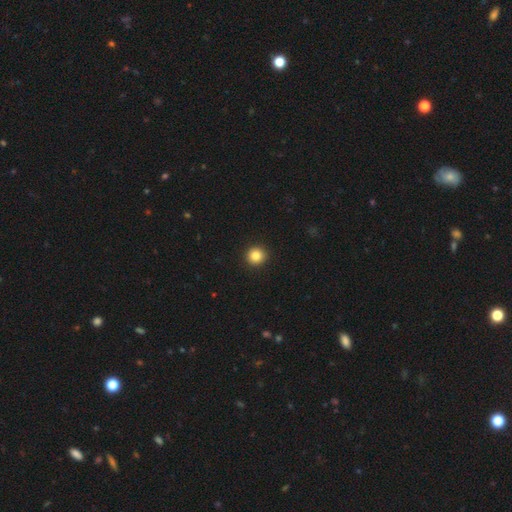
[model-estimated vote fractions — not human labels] Morphology: type=smooth (85%); roundness=round (94%); merging=none (94%).